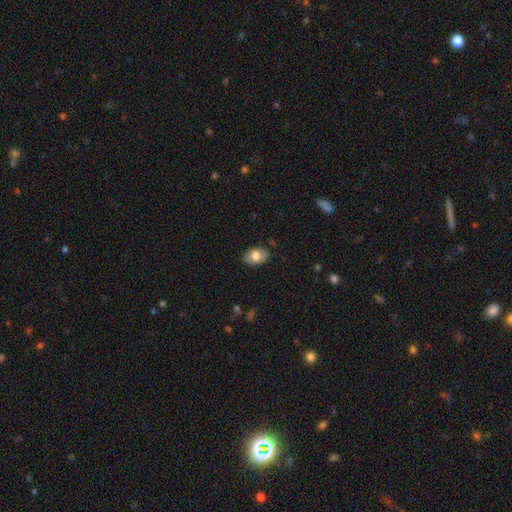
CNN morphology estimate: smooth-or-featured: smooth: 68% | featured or disk: 25% | star or artifact: 7%
  how-rounded: in between: 85% | round: 13% | cigar-shaped: 1%
  merging: none: 78% | minor disturbance: 18% | major disturbance: 4% | merger: 1%